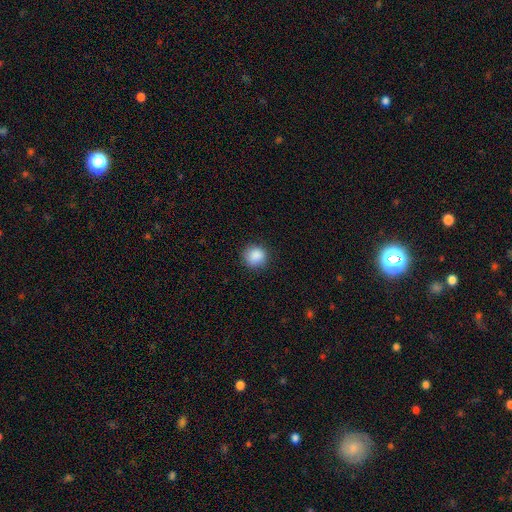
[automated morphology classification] The model was most divided on "merging": none: 86%, minor disturbance: 10%, major disturbance: 3%, merger: 1%. More confident: how rounded — round (90%); smooth or featured — smooth (88%).